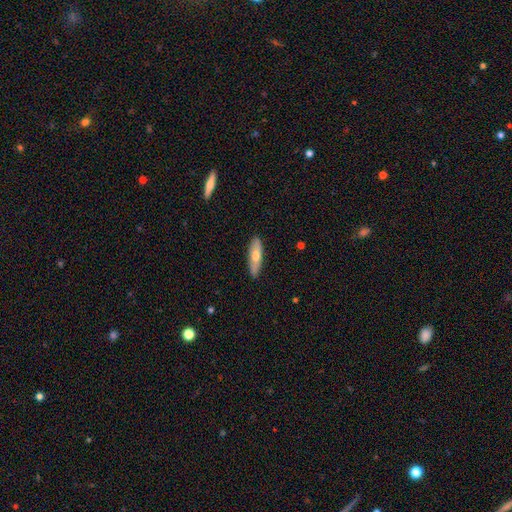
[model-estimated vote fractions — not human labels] smooth 63%, featured or disk 32%, star or artifact 6%. Down the decision tree: how rounded — cigar-shaped (65%); merging — none (89%).